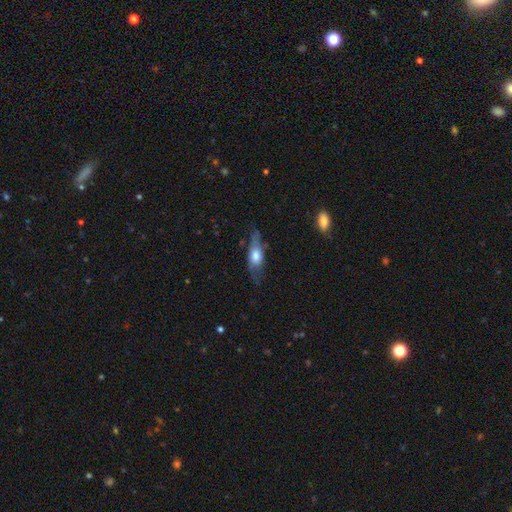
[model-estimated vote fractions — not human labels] smooth-or-featured: smooth: 54% | featured or disk: 40% | star or artifact: 6%
  how-rounded: in between: 62% | cigar-shaped: 33% | round: 5%
  merging: none: 60% | minor disturbance: 27% | major disturbance: 10% | merger: 2%